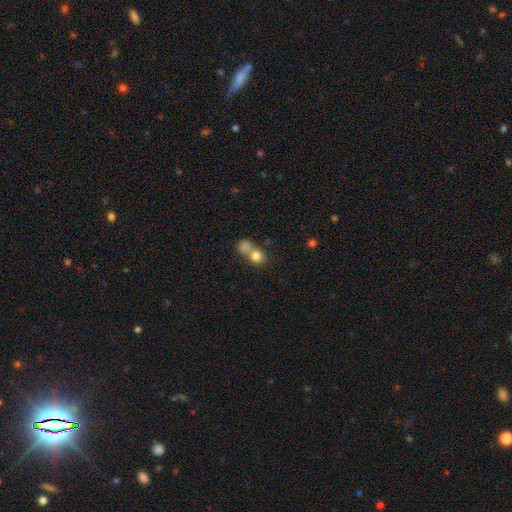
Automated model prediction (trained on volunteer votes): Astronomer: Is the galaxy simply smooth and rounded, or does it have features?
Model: smooth — 79%.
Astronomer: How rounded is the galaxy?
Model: round — 81%.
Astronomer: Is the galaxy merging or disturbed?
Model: merger — 54% (runner-up: none, 36%).